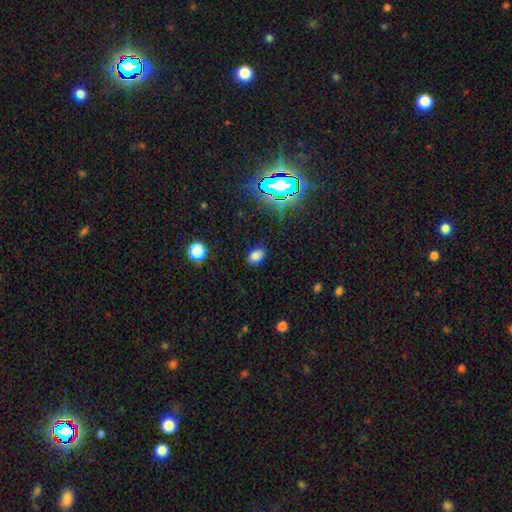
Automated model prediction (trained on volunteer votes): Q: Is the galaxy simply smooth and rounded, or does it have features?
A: smooth — 78%.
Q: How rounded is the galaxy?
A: in between — 82%.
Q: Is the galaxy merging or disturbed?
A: none — 85%.